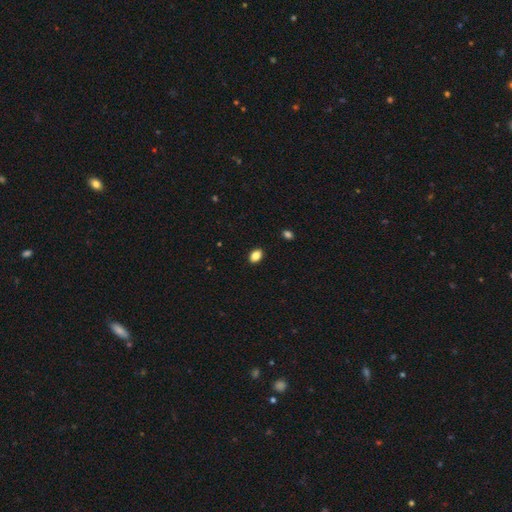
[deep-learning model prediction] smooth 86%, star or artifact 9%, featured or disk 5%. Down the decision tree: how rounded — in between (82%); merging — none (90%).